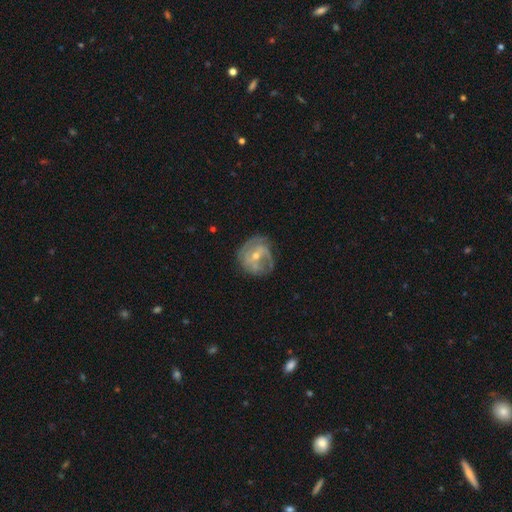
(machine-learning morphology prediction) The model was most divided on "spiral arm count": can't tell: 34%, 2: 33%, 3: 17%, 1: 8%, 4: 5%, more than 4: 4%. Remaining: edge-on disk — no (97%); spiral arms — yes (82%); smooth or featured — featured or disk (73%); merging — none (66%); bulge size — small (56%); spiral winding — tight (47%); bar — no (45%).